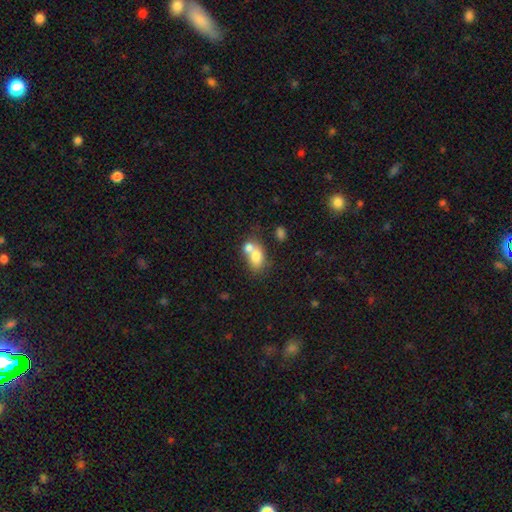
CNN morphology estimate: Smooth or featured: smooth — 73% (featured or disk — 18%)
How rounded: in between — 70% (round — 28%)
Merging: merger — 61% (none — 27%)